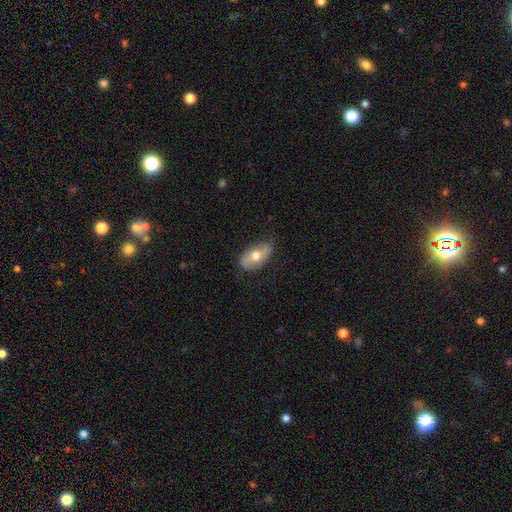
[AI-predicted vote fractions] A smooth galaxy with no disk features (56%) that is in between round and cigar-shaped (90%).

Vote fractions:
- Smooth or featured? smooth: 56% / featured or disk: 38% / star or artifact: 6%
- How rounded? in between: 90% / round: 7% / cigar-shaped: 4%
- Merging? none: 73% / minor disturbance: 21% / major disturbance: 5% / merger: 1%